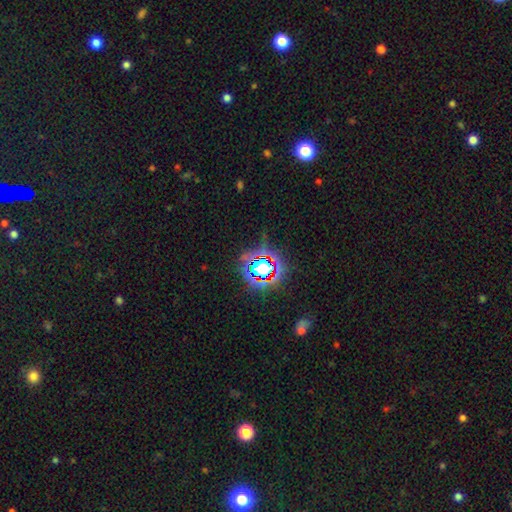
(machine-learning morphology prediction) Smooth or featured? star or artifact (77%)